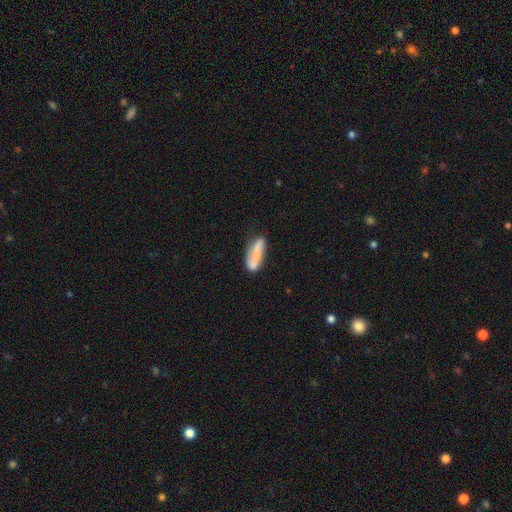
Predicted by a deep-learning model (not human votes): A smooth galaxy with no disk features (55%) that is in between round and cigar-shaped (57%).

Vote fractions:
- Smooth or featured? smooth: 55% / featured or disk: 38% / star or artifact: 7%
- How rounded? in between: 57% / cigar-shaped: 40% / round: 3%
- Merging? none: 51% / minor disturbance: 26% / major disturbance: 12% / merger: 11%